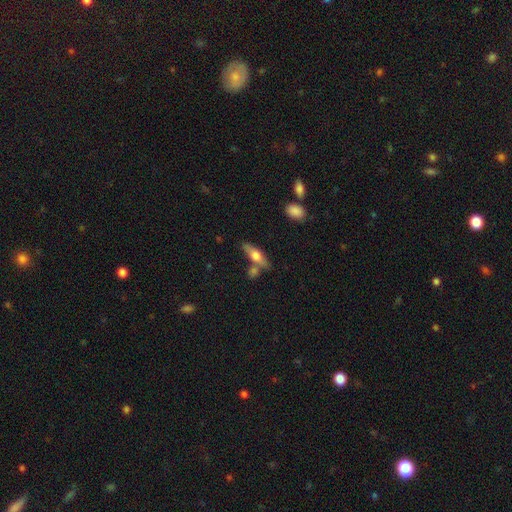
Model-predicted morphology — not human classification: Smooth or featured? Predicted: smooth (p=0.54). How rounded? Predicted: cigar-shaped (p=0.51). Merging? Predicted: none (p=0.66).